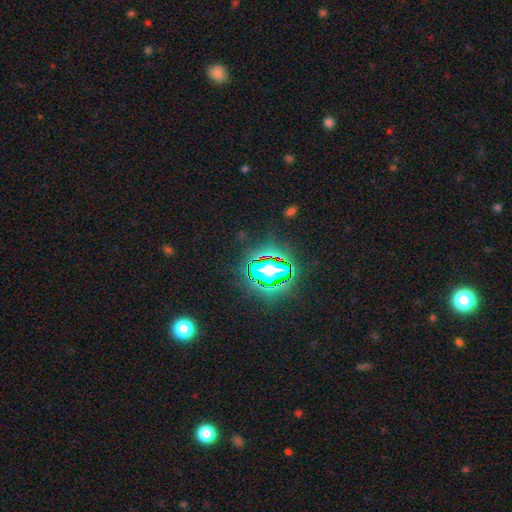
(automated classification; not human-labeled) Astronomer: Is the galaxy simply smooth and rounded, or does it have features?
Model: star or artifact — 72%.